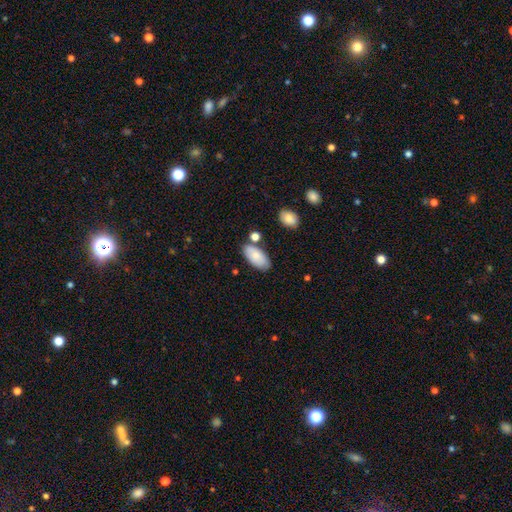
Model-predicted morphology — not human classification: This is likely a smooth galaxy (77%). How rounded: clearly in between (94%). Merging: likely none (74%).